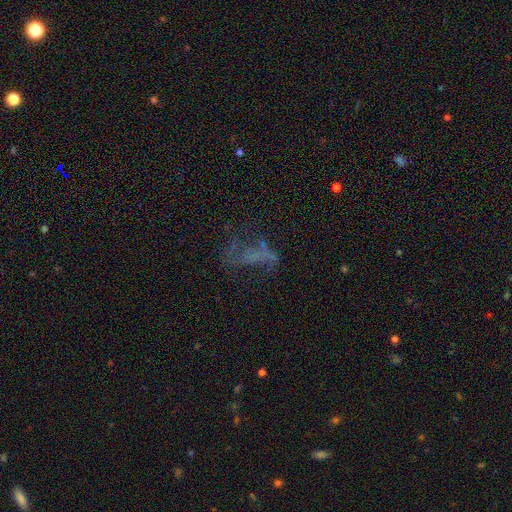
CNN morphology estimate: This appears to be a featured or disk galaxy (43%). Merging: none (40%).